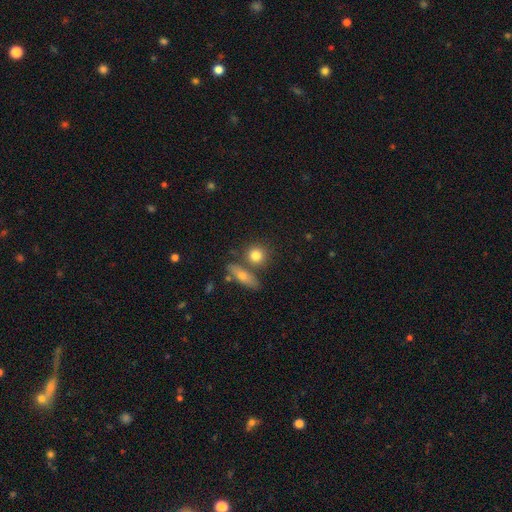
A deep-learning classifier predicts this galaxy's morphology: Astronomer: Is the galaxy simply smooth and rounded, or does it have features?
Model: smooth — 79%.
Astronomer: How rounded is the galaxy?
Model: round — 78%.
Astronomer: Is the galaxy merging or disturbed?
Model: none — 64%.